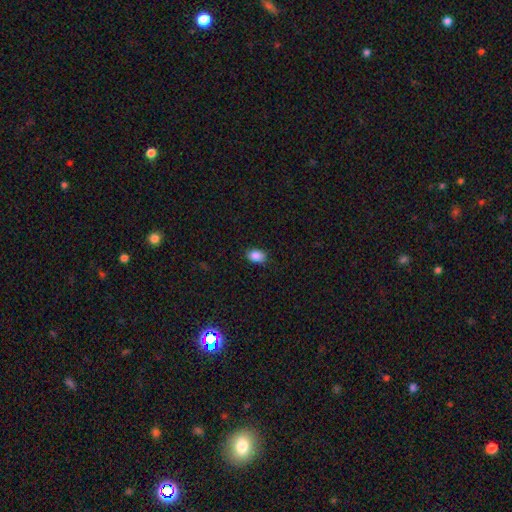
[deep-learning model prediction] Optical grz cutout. It shows a smooth galaxy with no disk features (88%) that is in between round and cigar-shaped (81%). Merging: none (86%).